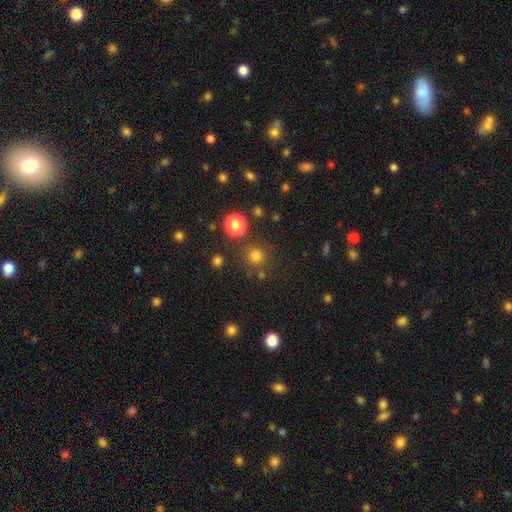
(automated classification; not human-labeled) A smooth galaxy with no disk features (76%) that is round (94%).

Vote fractions:
- Smooth or featured? smooth: 76% / star or artifact: 18% / featured or disk: 5%
- How rounded? round: 94% / in between: 5% / cigar-shaped: 1%
- Merging? none: 83% / minor disturbance: 8% / merger: 6% / major disturbance: 3%